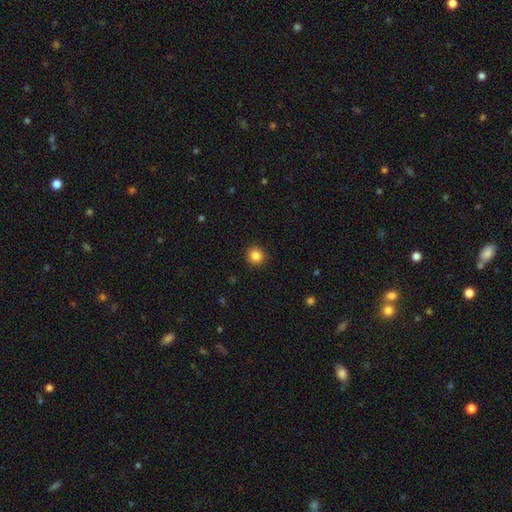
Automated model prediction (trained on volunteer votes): A smooth galaxy with no disk features (85%) that is round (94%). Merging: none (92%).